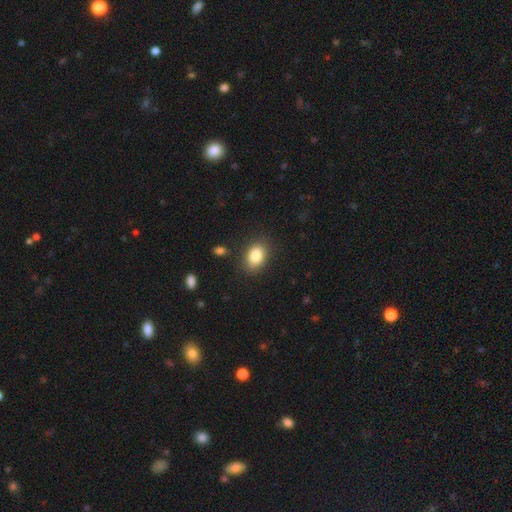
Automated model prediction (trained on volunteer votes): This is clearly a smooth galaxy (85%). How rounded: likely in between (73%). Merging: clearly none (85%).